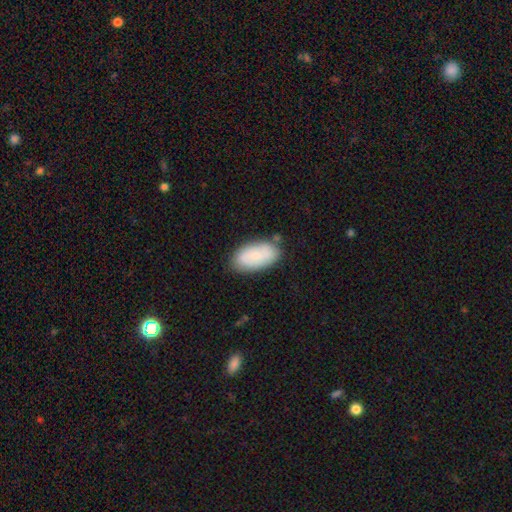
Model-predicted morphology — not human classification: The model was most divided on "smooth or featured": smooth: 69%, featured or disk: 24%, star or artifact: 7%. More confident: how rounded — in between (94%); merging — none (74%).